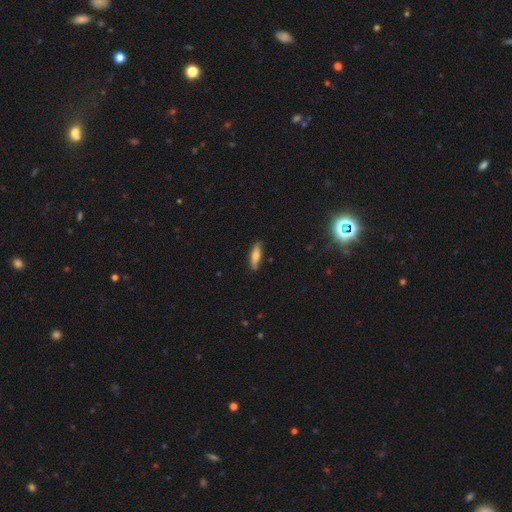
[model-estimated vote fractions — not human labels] This appears to be a smooth galaxy with no disk features (62%) that is cigar-shaped (57%). Merging: none (85%).